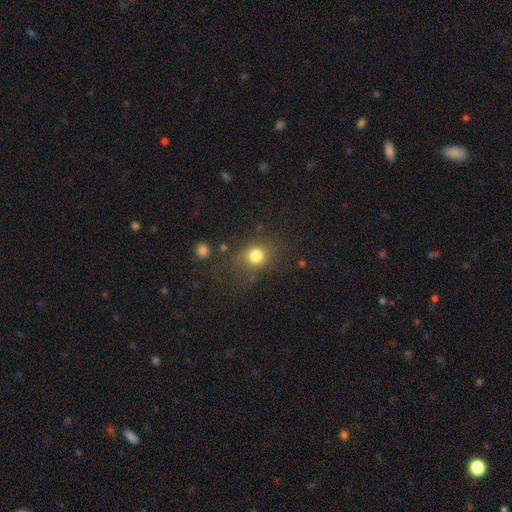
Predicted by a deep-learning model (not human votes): Morphology: type=smooth (79%); roundness=round (70%); merging=none (70%).